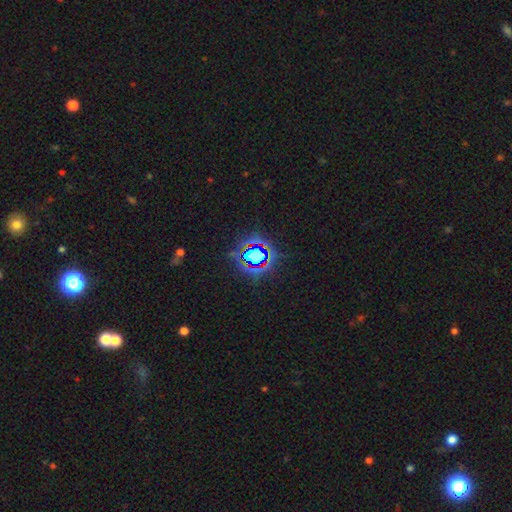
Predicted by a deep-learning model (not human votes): The model was most divided on "smooth or featured": star or artifact: 70%, smooth: 18%, featured or disk: 12%.